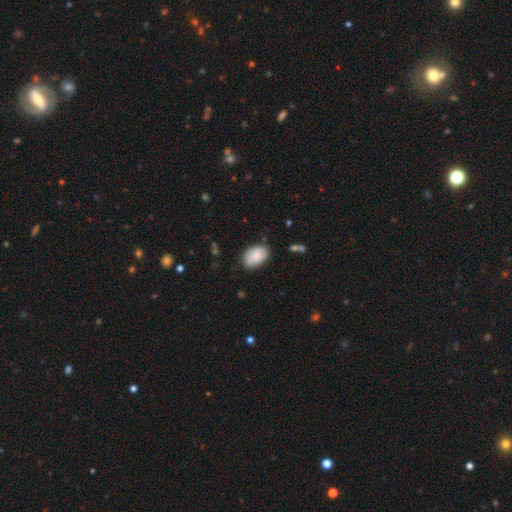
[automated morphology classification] This appears to be a smooth galaxy with no disk features (76%) that is in between round and cigar-shaped (88%). Merging: none (71%).